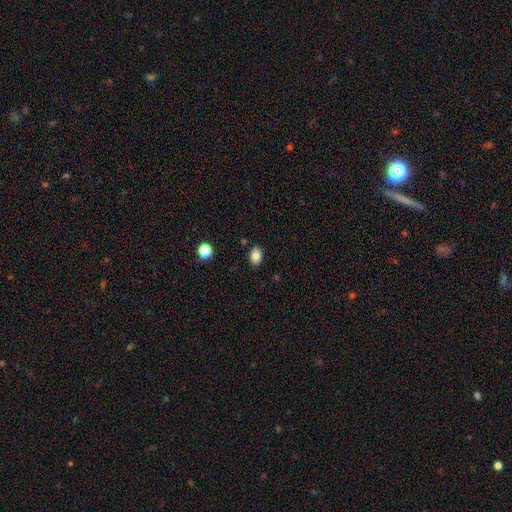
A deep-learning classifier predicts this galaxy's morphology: This appears to be a smooth galaxy with no disk features (83%) that is in between round and cigar-shaped (78%). Merging: none (85%).